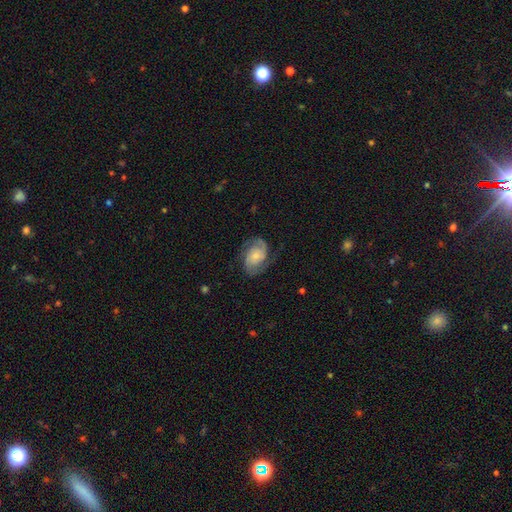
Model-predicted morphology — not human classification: Q: Smooth or featured?
A: featured or disk (80%); runner-up: smooth (14%)
Q: Edge-on disk?
A: no (98%); runner-up: yes (2%)
Q: Bar?
A: no (68%); runner-up: weak (25%)
Q: Spiral arms?
A: yes (96%); runner-up: no (4%)
Q: Spiral winding?
A: medium (48%); runner-up: tight (33%)
Q: Spiral arm count?
A: 2 (88%); runner-up: can't tell (5%)
Q: Bulge size?
A: small (52%); runner-up: moderate (29%)
Q: Merging?
A: none (73%); runner-up: minor disturbance (17%)